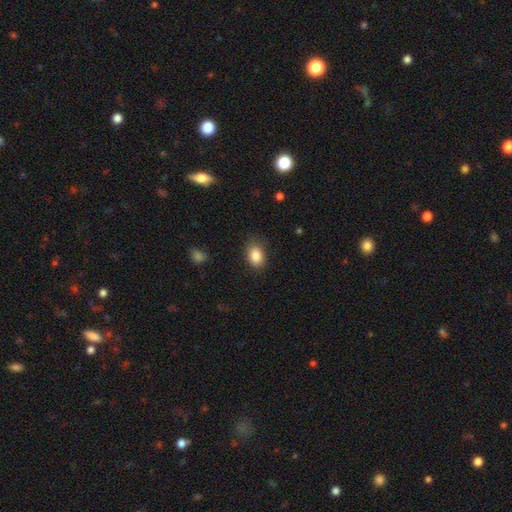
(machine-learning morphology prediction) smooth_or_featured: smooth (p=0.87) [alt: star or artifact p=0.08]
how_rounded: in between (p=0.78) [alt: round p=0.20]
merging: none (p=0.77) [alt: minor disturbance p=0.17]